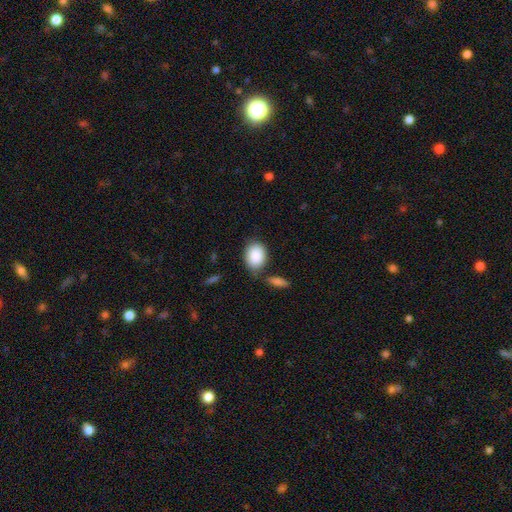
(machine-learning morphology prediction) Q: Smooth or featured?
A: smooth (89%); runner-up: star or artifact (6%)
Q: How rounded?
A: in between (72%); runner-up: round (27%)
Q: Merging?
A: none (69%); runner-up: minor disturbance (16%)